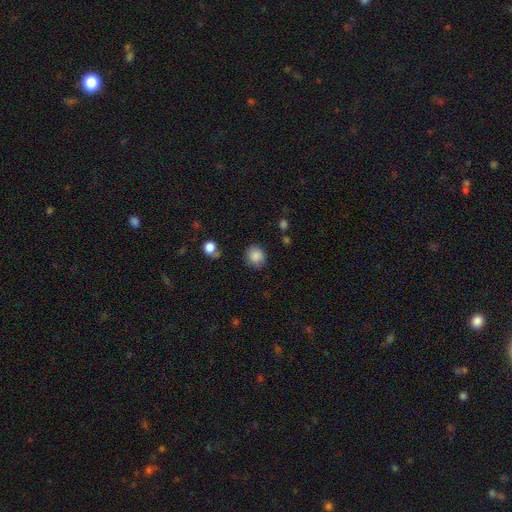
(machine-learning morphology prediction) The model was most divided on "how rounded": round: 81%, in between: 19%, cigar-shaped: 1%. More confident: smooth or featured — smooth (86%); merging — none (81%).